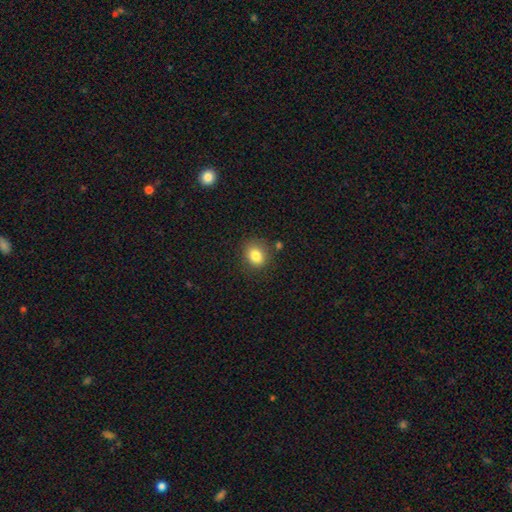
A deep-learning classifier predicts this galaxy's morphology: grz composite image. It shows a smooth galaxy with no disk features (83%) that is round (65%). Merging: none (81%).